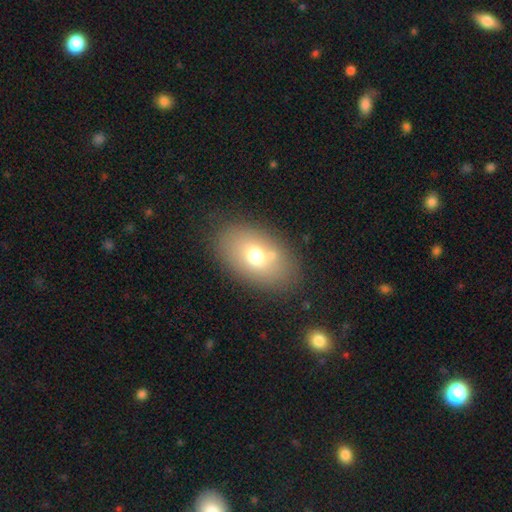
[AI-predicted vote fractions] A smooth galaxy with no disk features (69%) that is in between round and cigar-shaped (87%). Merging: none (77%).